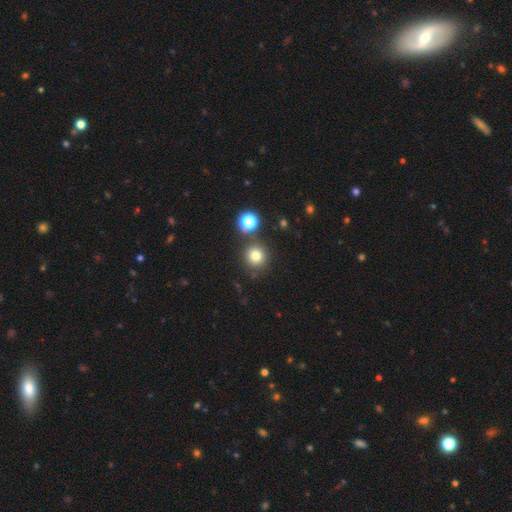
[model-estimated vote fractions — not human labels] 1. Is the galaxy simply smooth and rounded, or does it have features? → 77% smooth, 16% star or artifact, 7% featured or disk.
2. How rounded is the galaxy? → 93% round, 6% in between, 1% cigar-shaped.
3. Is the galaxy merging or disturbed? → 81% none, 9% merger, 8% minor disturbance, 3% major disturbance.